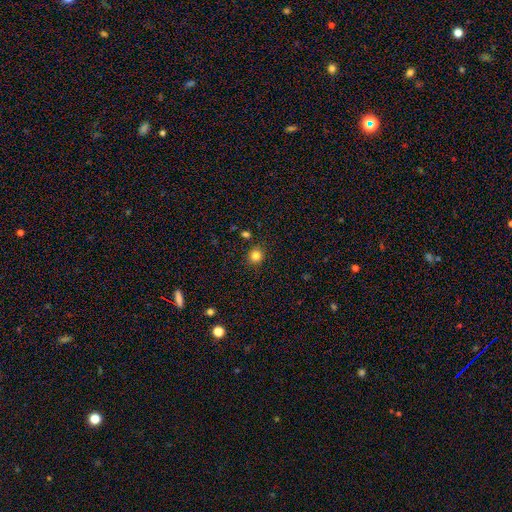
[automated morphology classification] Smooth or featured? Predicted: smooth (p=0.82). How rounded? Predicted: round (p=0.85). Merging? Predicted: none (p=0.88).